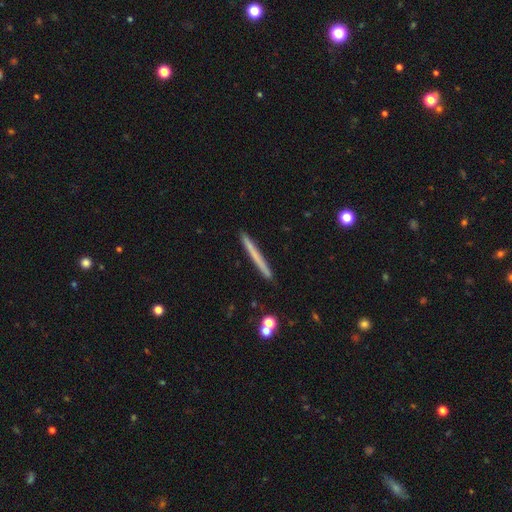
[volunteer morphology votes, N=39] smooth_or_featured: smooth (p=0.69) [alt: featured or disk p=0.31]
how_rounded: cigar-shaped (p=1.00)
merging: none (p=0.97) [alt: merger p=0.03]